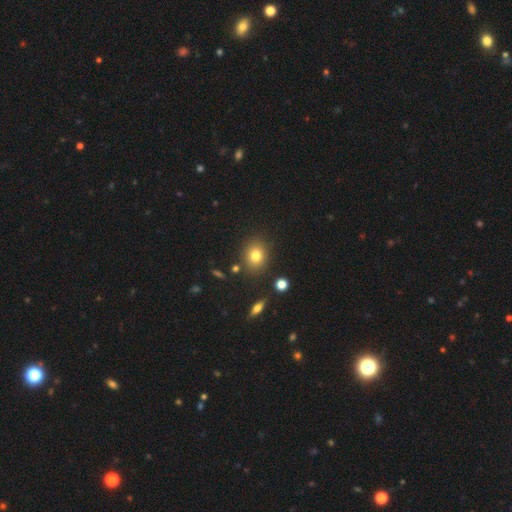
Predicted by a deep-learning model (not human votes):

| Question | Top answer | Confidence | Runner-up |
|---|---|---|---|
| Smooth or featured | smooth | 79% | star or artifact (12%) |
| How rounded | round | 64% | in between (35%) |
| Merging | none | 84% | minor disturbance (9%) |